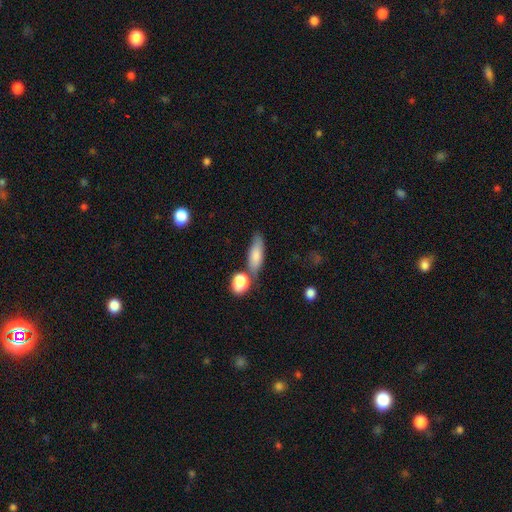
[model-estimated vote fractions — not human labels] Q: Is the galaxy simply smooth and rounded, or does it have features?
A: smooth — 77%.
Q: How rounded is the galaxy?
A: in between — 60%.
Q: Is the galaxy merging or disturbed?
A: none — 59%.